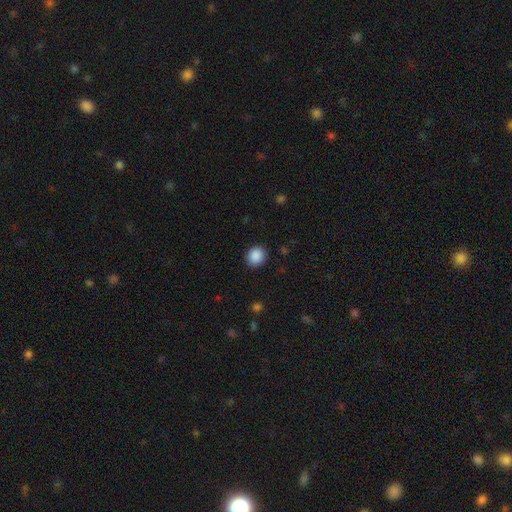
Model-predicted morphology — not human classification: Smooth or featured? Predicted: smooth (p=0.89). How rounded? Predicted: round (p=0.79). Merging? Predicted: none (p=0.90).